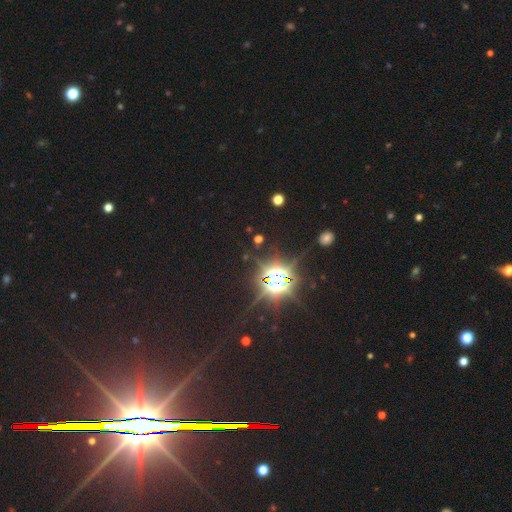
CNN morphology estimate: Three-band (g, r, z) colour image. It shows a star or artifact, not a galaxy (82%).